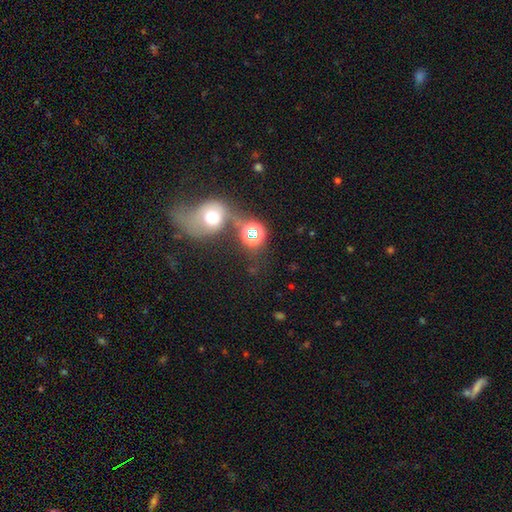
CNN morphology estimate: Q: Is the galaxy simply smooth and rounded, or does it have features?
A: smooth — 47%.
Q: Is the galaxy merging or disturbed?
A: merger — 50%.